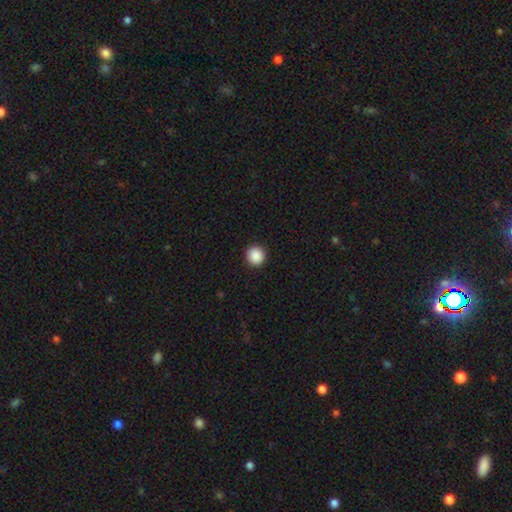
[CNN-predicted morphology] Smooth or featured?
  - smooth: 89% *
  - star or artifact: 9%
  - featured or disk: 2%
How rounded?
  - round: 95% *
  - in between: 4%
  - cigar-shaped: 1%
Merging?
  - none: 93% *
  - minor disturbance: 4%
  - major disturbance: 2%
  - merger: 1%